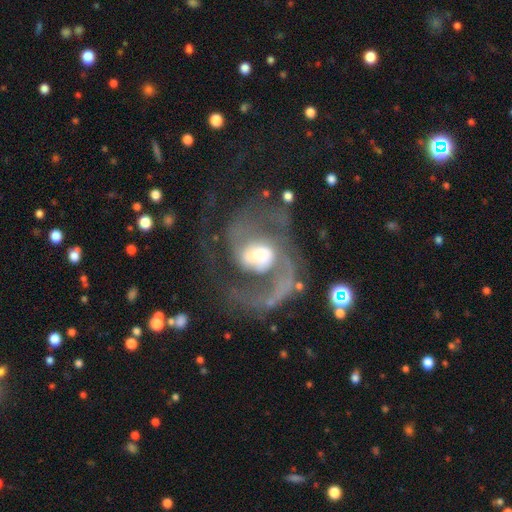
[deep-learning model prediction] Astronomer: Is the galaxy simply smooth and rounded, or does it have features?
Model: featured or disk — 80%.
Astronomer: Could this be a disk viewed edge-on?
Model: no — 98%.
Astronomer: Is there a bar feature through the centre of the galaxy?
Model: no — 44% (runner-up: weak, 37%).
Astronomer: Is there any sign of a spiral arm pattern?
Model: yes — 89%.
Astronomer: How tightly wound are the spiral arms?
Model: loose — 47% (runner-up: medium, 41%).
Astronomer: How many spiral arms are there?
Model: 2 — 55%.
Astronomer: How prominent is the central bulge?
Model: moderate — 33% (runner-up: large, 32%).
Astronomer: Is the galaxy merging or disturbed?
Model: major disturbance — 48% (runner-up: none, 31%).